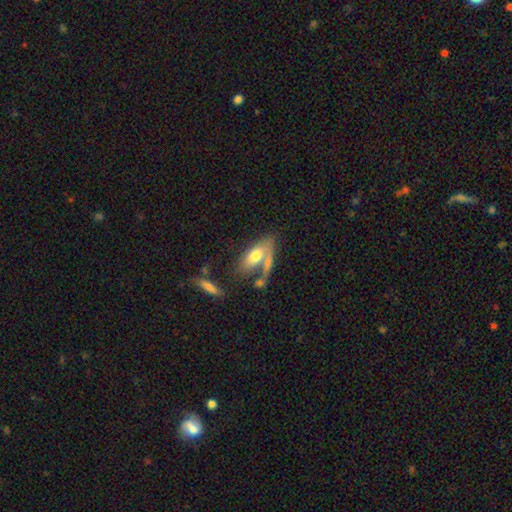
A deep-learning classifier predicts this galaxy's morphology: Smooth or featured? smooth (65%)
How rounded? in between (82%)
Merging? none (37%)